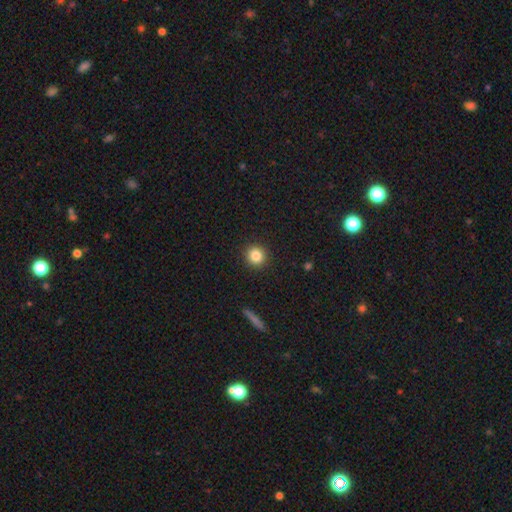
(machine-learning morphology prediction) type=smooth (84%); roundness=round (93%); merging=none (92%).